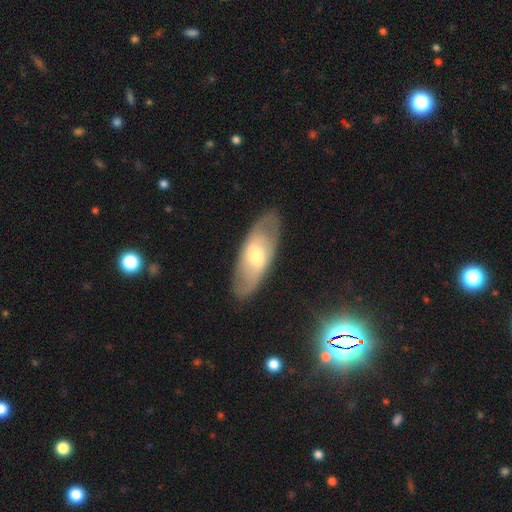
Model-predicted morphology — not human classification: This is possibly a featured or disk galaxy (59%). It is clearly not viewed edge-on (82%). Merging: clearly none (83%).